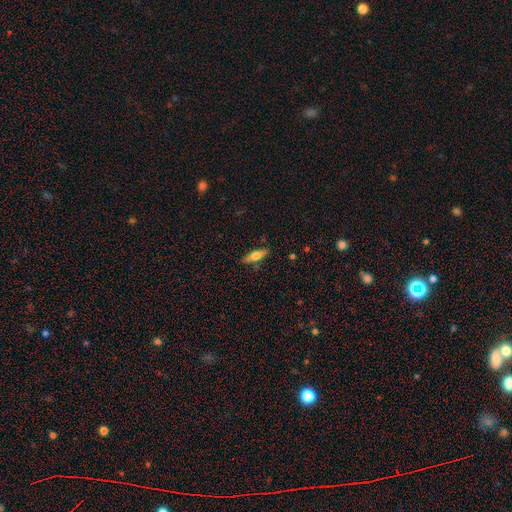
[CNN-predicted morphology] This appears to be a smooth galaxy with no disk features (55%) that is cigar-shaped (54%). Merging: none (81%).